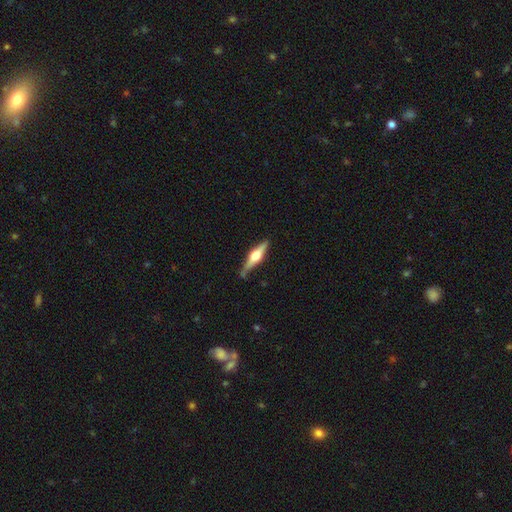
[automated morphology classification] type=featured or disk (69%); edge-on=yes (97%); edge-on bulge=rounded (93%); merging=none (79%).